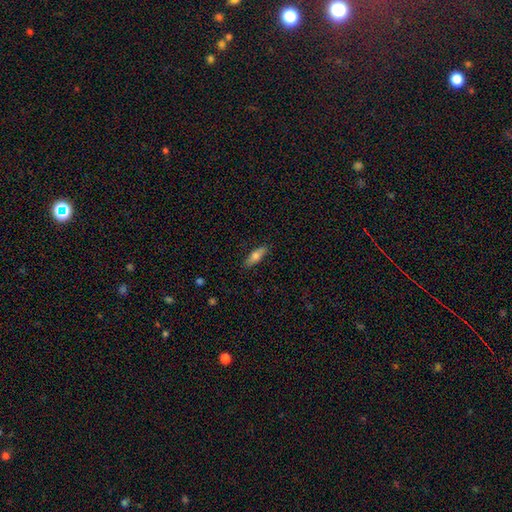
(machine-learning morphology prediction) smooth 70%, featured or disk 23%, star or artifact 7%. Down the decision tree: how rounded — in between (53%); merging — none (86%).